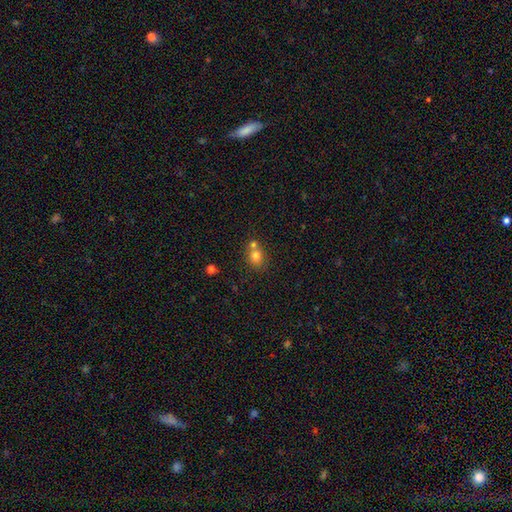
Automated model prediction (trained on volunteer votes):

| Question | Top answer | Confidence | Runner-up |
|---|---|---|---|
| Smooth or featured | smooth | 76% | star or artifact (13%) |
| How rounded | round | 70% | in between (29%) |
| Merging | none | 45% | merger (44%) |